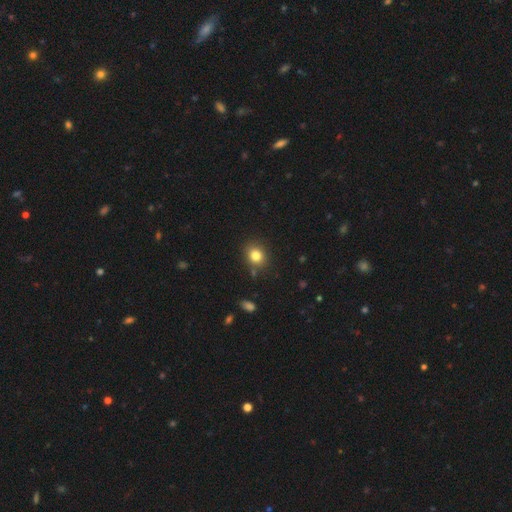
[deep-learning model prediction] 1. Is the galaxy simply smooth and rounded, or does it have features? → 81% smooth, 12% star or artifact, 7% featured or disk.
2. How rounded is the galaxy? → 69% round, 30% in between, 1% cigar-shaped.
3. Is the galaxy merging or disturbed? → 84% none, 10% minor disturbance, 3% merger, 3% major disturbance.